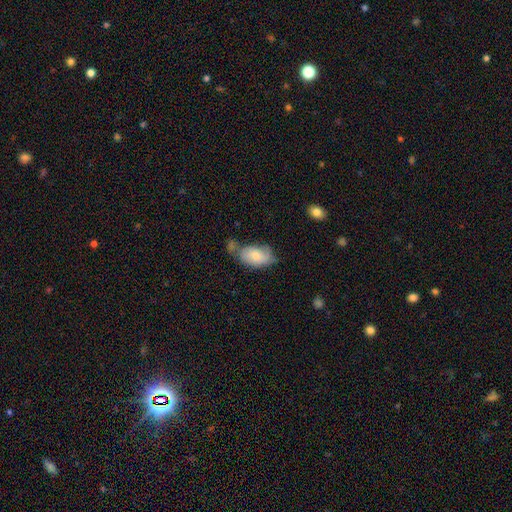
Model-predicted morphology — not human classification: smooth 67%, featured or disk 26%, star or artifact 7%. Down the decision tree: how rounded — in between (92%); merging — none (39%).